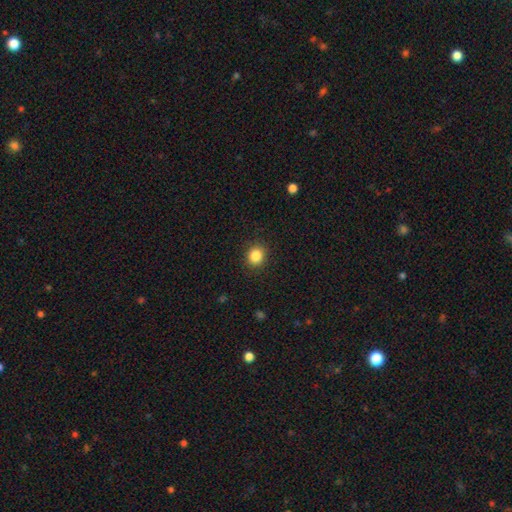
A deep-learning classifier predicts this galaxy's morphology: This is clearly a smooth galaxy (86%). How rounded: clearly round (80%). Merging: clearly none (90%).